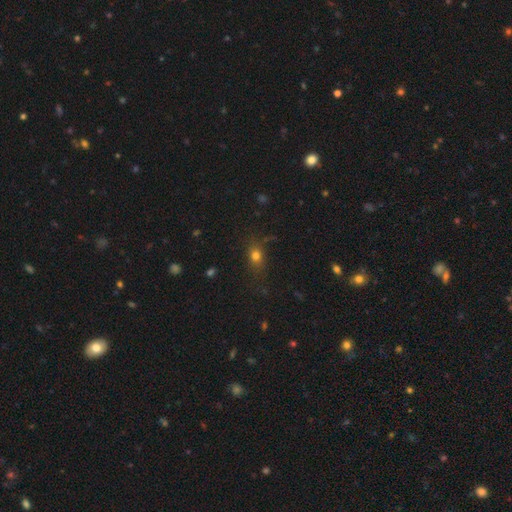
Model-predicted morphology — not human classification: Smooth or featured: smooth — 74% (star or artifact — 16%)
How rounded: in between — 53% (round — 43%)
Merging: none — 76% (minor disturbance — 16%)